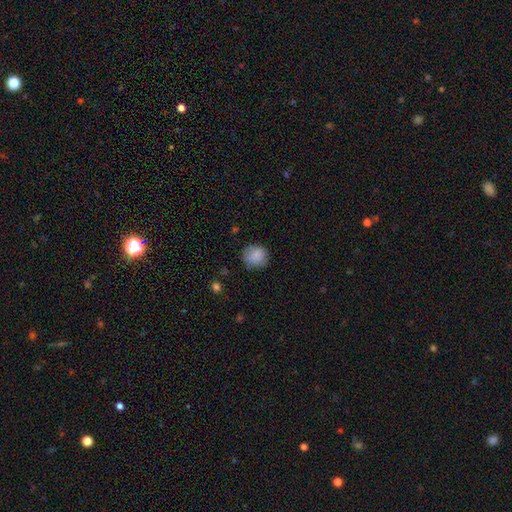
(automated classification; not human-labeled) smooth-or-featured: smooth: 86% | star or artifact: 8% | featured or disk: 6%
  how-rounded: round: 83% | in between: 16% | cigar-shaped: 1%
  merging: none: 77% | minor disturbance: 17% | major disturbance: 4% | merger: 1%